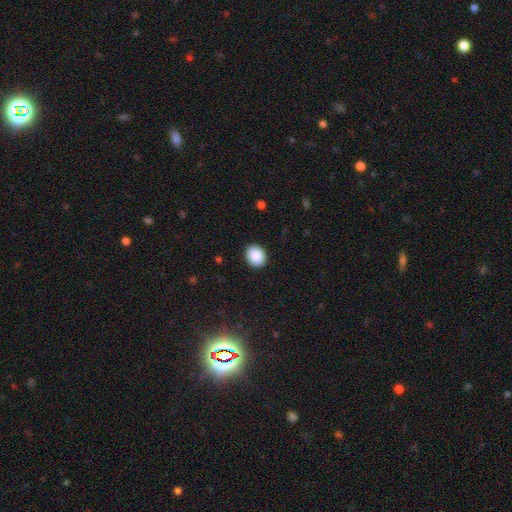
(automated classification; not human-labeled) Smooth or featured: smooth — 90% (star or artifact — 8%)
How rounded: in between — 51% (round — 48%)
Merging: none — 90% (minor disturbance — 8%)